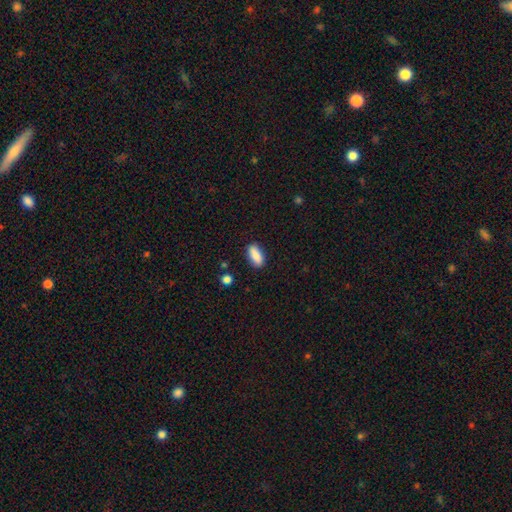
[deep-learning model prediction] This appears to be a smooth galaxy with no disk features (84%) that is in between round and cigar-shaped (83%). Merging: none (85%).